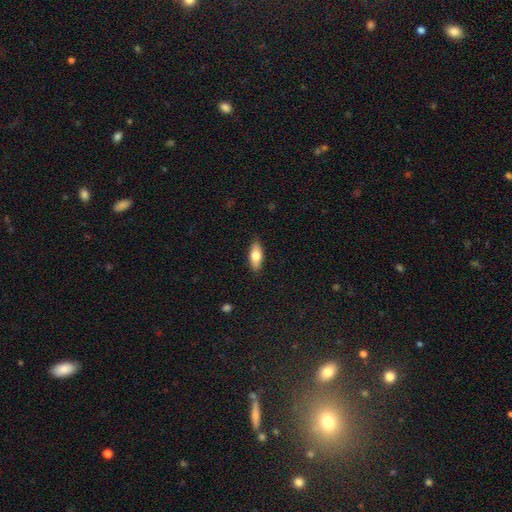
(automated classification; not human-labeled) A smooth galaxy with no disk features (75%) that is in between round and cigar-shaped (79%). Merging: none (87%).